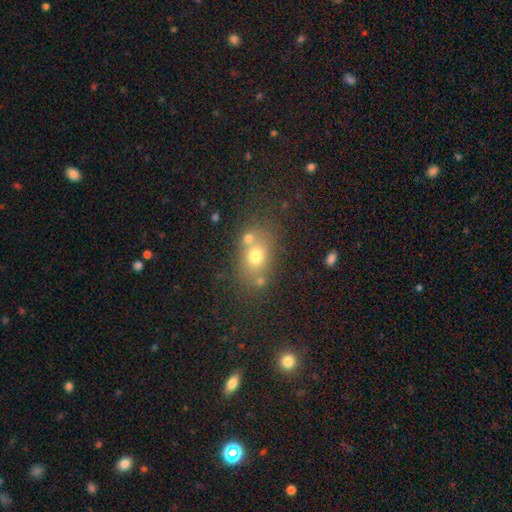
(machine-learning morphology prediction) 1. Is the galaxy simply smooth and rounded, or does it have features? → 67% smooth, 18% featured or disk, 15% star or artifact.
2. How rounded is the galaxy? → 57% in between, 41% round, 2% cigar-shaped.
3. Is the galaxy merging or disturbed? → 58% none, 25% merger, 12% minor disturbance, 5% major disturbance.